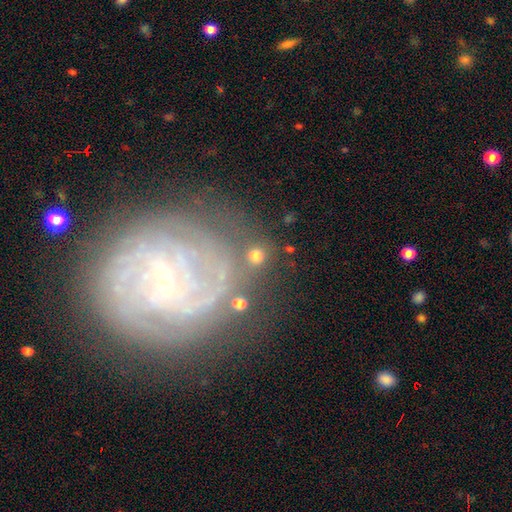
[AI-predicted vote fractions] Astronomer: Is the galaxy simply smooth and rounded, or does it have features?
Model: smooth — 73%.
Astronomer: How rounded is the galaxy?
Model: round — 89%.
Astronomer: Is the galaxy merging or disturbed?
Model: none — 77%.